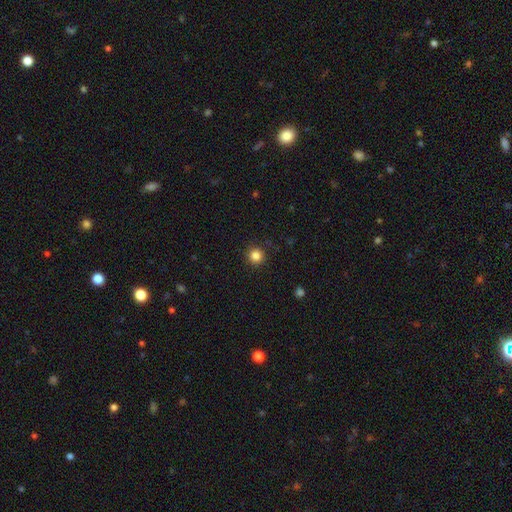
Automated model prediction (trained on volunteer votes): smooth_or_featured: smooth (p=0.84) [alt: star or artifact p=0.12]
how_rounded: round (p=0.95) [alt: in between p=0.04]
merging: none (p=0.92) [alt: minor disturbance p=0.05]